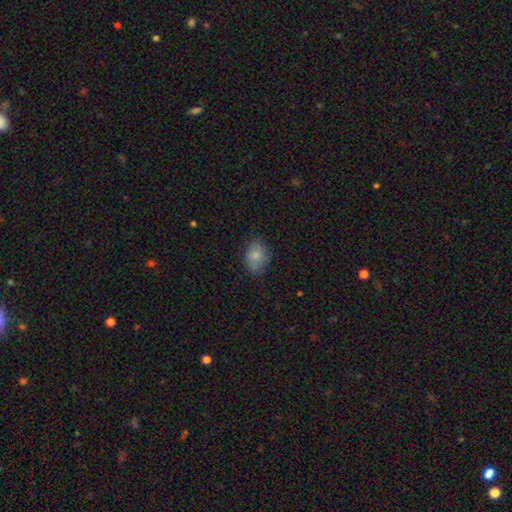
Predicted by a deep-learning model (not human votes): Q: Smooth or featured?
A: smooth (79%); runner-up: featured or disk (14%)
Q: How rounded?
A: in between (71%); runner-up: round (28%)
Q: Merging?
A: none (75%); runner-up: minor disturbance (19%)